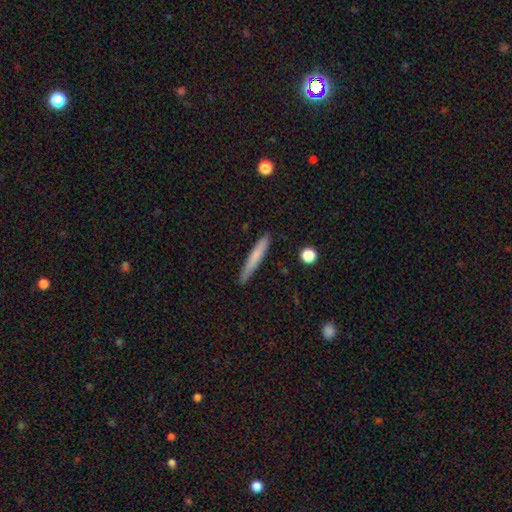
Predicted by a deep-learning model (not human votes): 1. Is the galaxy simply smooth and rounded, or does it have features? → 71% smooth, 23% featured or disk, 6% star or artifact.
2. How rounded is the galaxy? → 95% cigar-shaped, 4% in between, 1% round.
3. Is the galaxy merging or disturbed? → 86% none, 11% minor disturbance, 2% major disturbance, 2% merger.